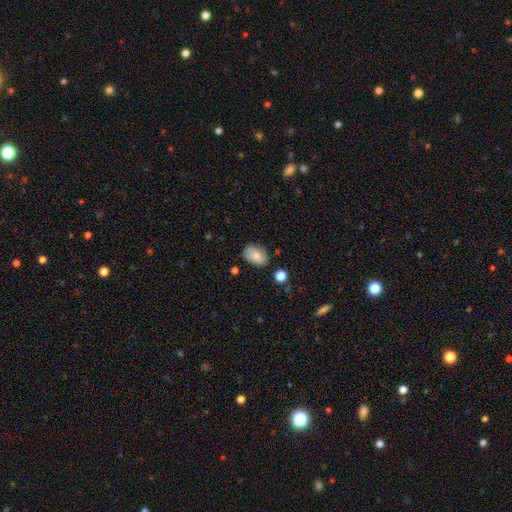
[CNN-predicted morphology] The model was most divided on "merging": none: 76%, minor disturbance: 18%, major disturbance: 4%, merger: 3%. More confident: how rounded — in between (84%); smooth or featured — smooth (79%).